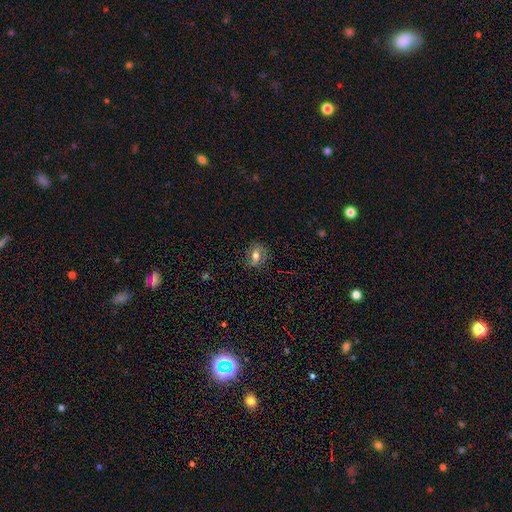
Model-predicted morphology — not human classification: type=smooth (54%); roundness=in between (59%); merging=none (78%).